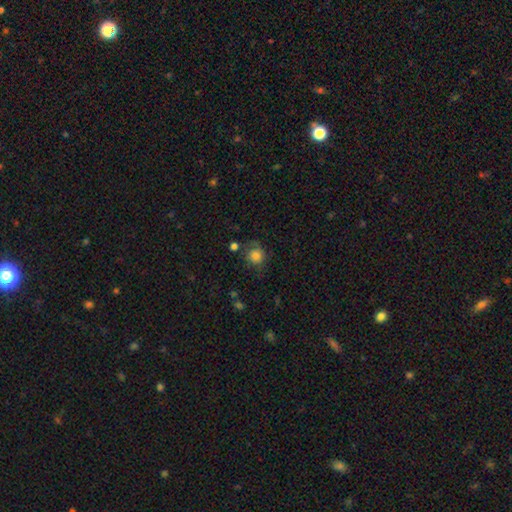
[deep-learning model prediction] A smooth galaxy with no disk features (70%) that is round (84%).

Vote fractions:
- Smooth or featured? smooth: 70% / featured or disk: 20% / star or artifact: 10%
- How rounded? round: 84% / in between: 15% / cigar-shaped: 1%
- Merging? none: 55% / minor disturbance: 23% / major disturbance: 16% / merger: 6%